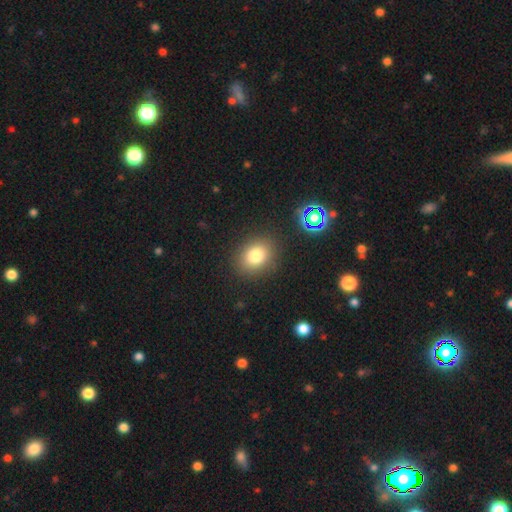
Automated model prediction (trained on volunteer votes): Overall: smooth (79%). How rounded: round (56%; in between 43%). Merging: none (86%).